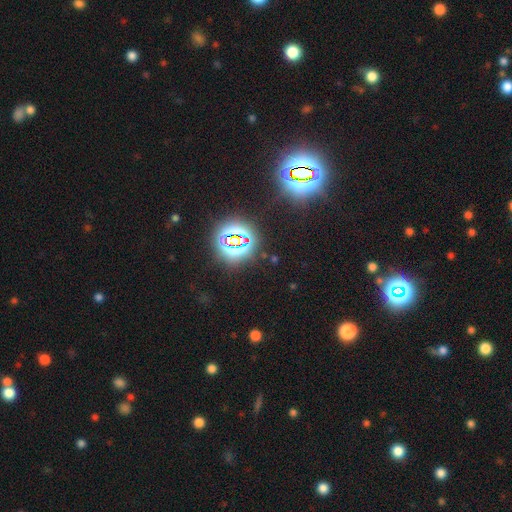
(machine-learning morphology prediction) This is likely a star or artifact rather than a galaxy (77%).